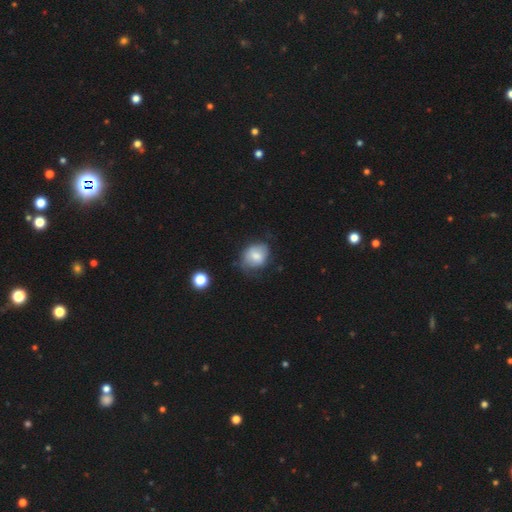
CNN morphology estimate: This is likely a smooth galaxy (70%). How rounded: possibly round (50%). Merging: possibly none (54%).